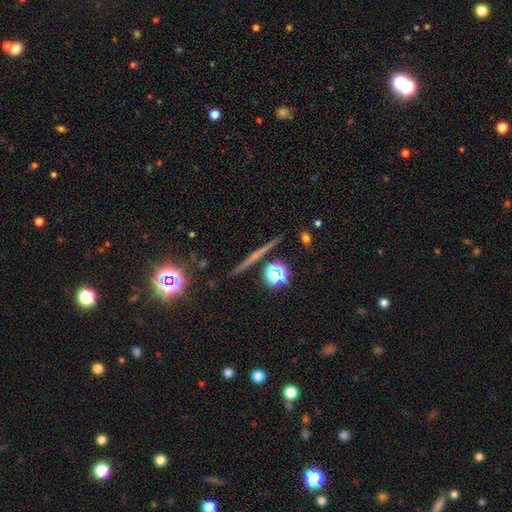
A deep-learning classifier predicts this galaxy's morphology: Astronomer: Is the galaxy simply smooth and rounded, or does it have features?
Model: featured or disk — 48% (runner-up: star or artifact, 28%).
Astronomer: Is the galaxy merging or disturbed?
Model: none — 89%.